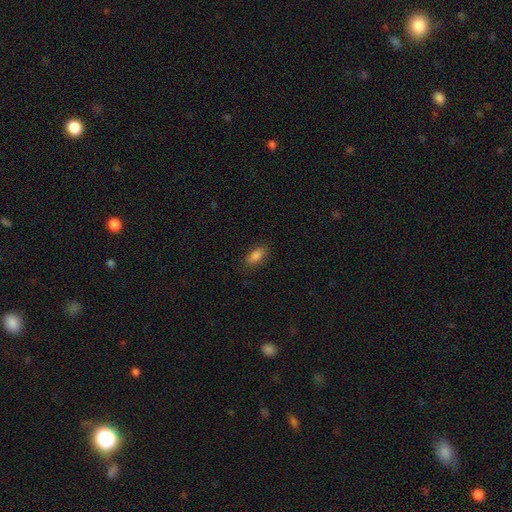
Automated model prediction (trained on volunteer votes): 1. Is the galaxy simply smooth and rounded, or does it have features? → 84% smooth, 8% star or artifact, 7% featured or disk.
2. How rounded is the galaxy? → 87% in between, 10% cigar-shaped, 3% round.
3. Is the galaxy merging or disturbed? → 84% none, 12% minor disturbance, 3% major disturbance, 1% merger.